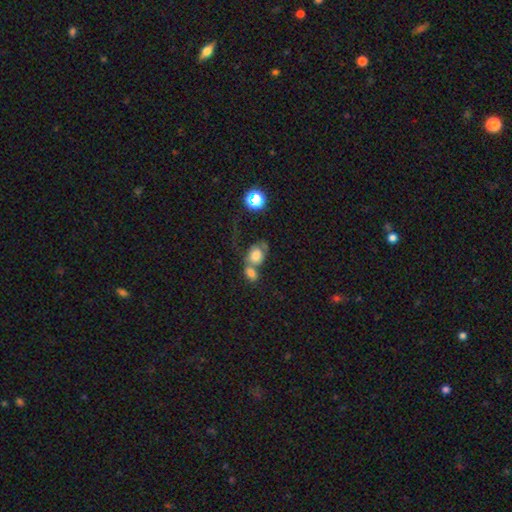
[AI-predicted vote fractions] This appears to be a smooth galaxy with no disk features (70%) that is in between round and cigar-shaped (52%). Merging: merger (57%).